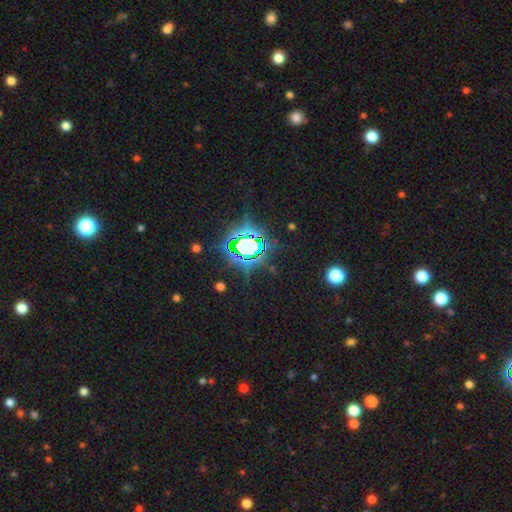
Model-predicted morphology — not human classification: Smooth or featured?
  - star or artifact: 79% *
  - smooth: 12%
  - featured or disk: 8%